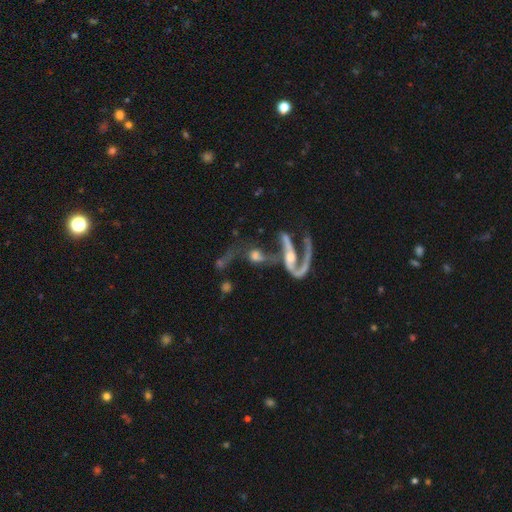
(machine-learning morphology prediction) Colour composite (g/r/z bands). It shows a featured or disk galaxy (62%) with no bar (61%), spiral arms (63%) and a moderate central bulge (42%). Merging: merger (55%).